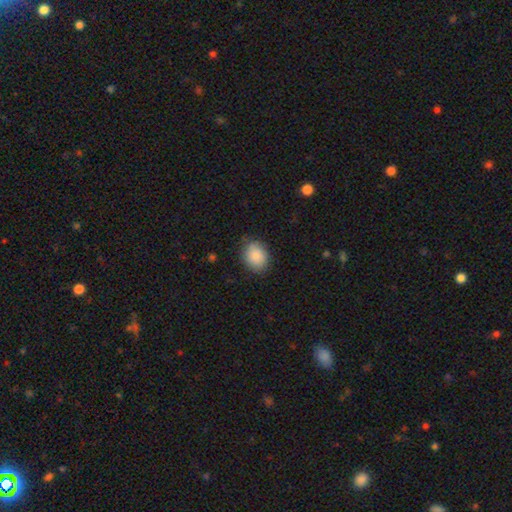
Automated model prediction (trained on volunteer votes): Overall: smooth (87%). How rounded: in between (58%; round 41%). Merging: none (80%).